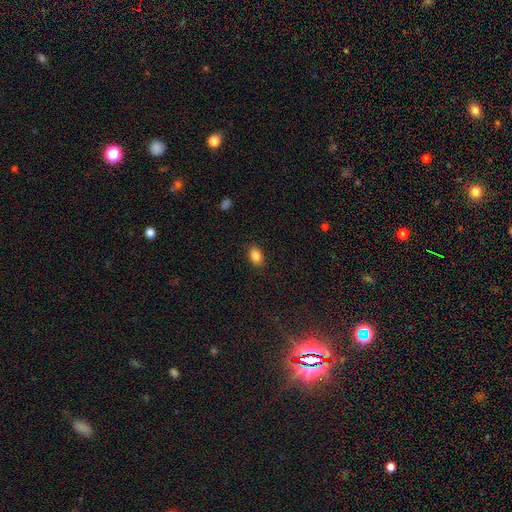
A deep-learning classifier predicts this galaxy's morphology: A smooth galaxy with no disk features (85%) that is in between round and cigar-shaped (86%).

Vote fractions:
- Smooth or featured? smooth: 85% / star or artifact: 9% / featured or disk: 6%
- How rounded? in between: 86% / round: 12% / cigar-shaped: 2%
- Merging? none: 88% / minor disturbance: 9% / major disturbance: 2% / merger: 1%